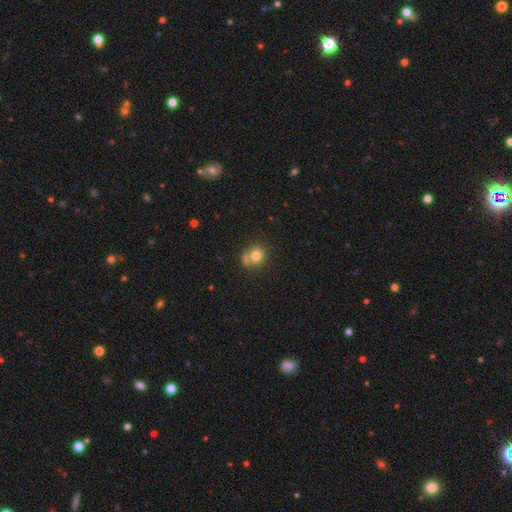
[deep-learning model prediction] smooth 78%, star or artifact 11%, featured or disk 11%. Down the decision tree: how rounded — round (81%); merging — none (54%).